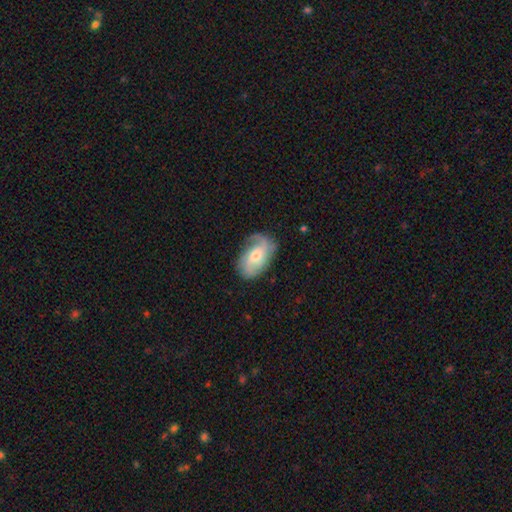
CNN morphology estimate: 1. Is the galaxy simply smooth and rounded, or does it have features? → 72% featured or disk, 21% smooth, 6% star or artifact.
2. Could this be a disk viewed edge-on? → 96% no, 4% yes.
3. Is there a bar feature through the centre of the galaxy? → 58% no, 34% weak, 7% strong.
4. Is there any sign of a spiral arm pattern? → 93% yes, 7% no.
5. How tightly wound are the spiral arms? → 42% medium, 32% loose, 25% tight.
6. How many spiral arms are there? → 52% 2, 15% 3, 15% can't tell, 11% 1, 3% 4, 3% more than 4.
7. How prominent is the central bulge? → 51% moderate, 42% small, 4% large, 2% none, 1% dominant.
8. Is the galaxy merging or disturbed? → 68% none, 22% minor disturbance, 9% major disturbance, 1% merger.